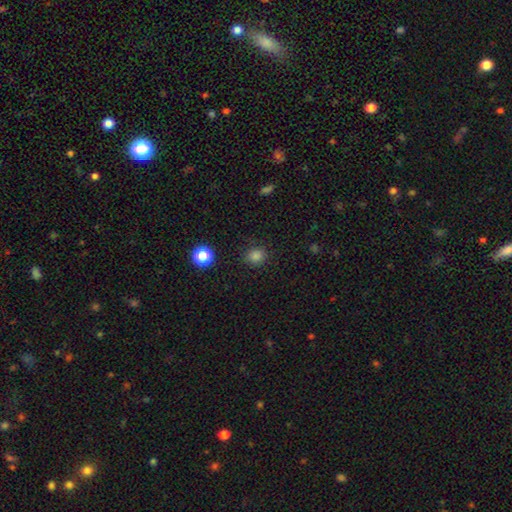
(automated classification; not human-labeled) A smooth galaxy with no disk features (82%) that is round (82%). Merging: none (88%).